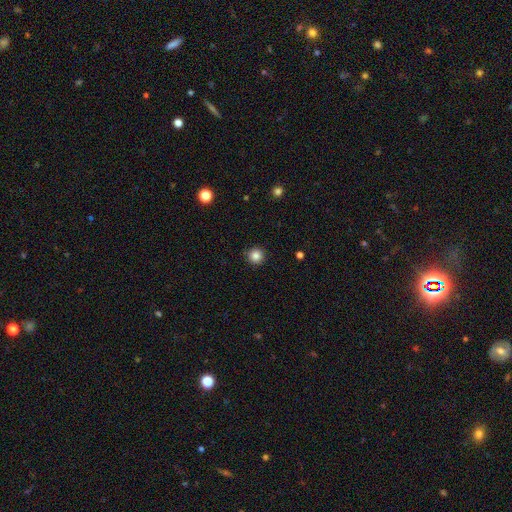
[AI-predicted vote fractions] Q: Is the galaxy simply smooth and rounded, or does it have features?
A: smooth — 84%.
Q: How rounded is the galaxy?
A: round — 95%.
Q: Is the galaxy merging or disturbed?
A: none — 90%.